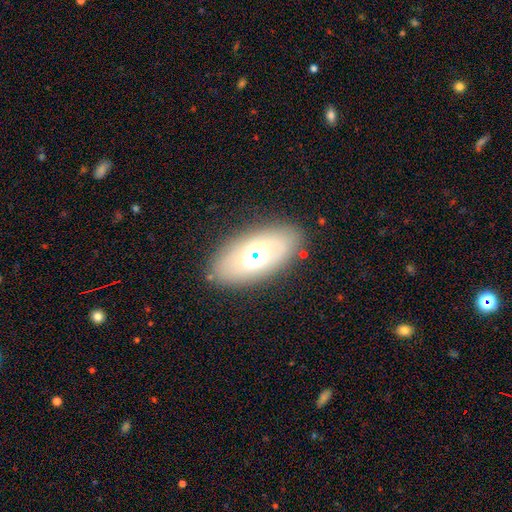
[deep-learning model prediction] A smooth galaxy with no disk features (48%).

Vote fractions:
- Smooth or featured? smooth: 48% / featured or disk: 40% / star or artifact: 12%
- Merging? none: 82% / minor disturbance: 11% / major disturbance: 5% / merger: 2%